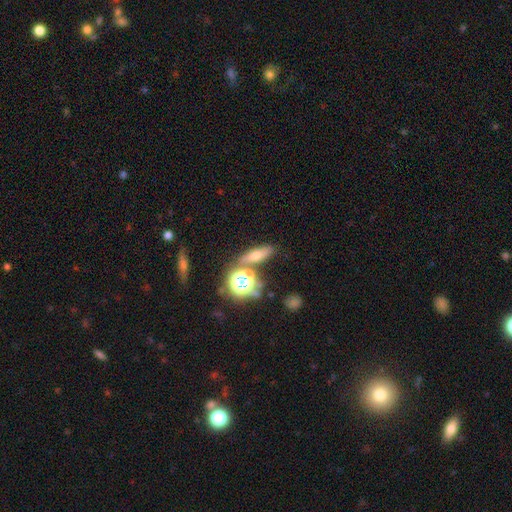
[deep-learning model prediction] Smooth or featured?
  - smooth: 48% *
  - star or artifact: 30%
  - featured or disk: 23%
Merging?
  - none: 71% *
  - merger: 15%
  - minor disturbance: 10%
  - major disturbance: 4%